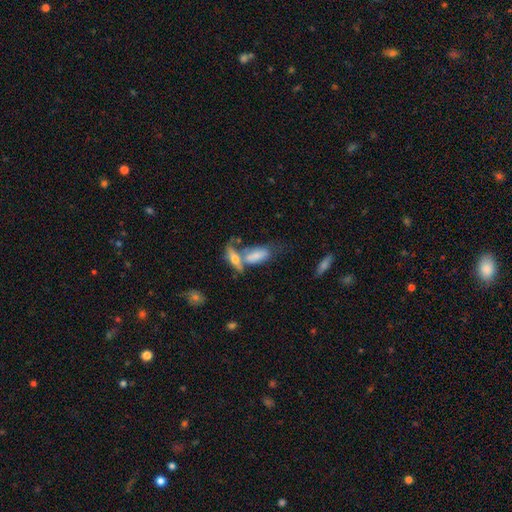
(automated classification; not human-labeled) smooth-or-featured: smooth: 68% | featured or disk: 24% | star or artifact: 8%
  how-rounded: in between: 79% | cigar-shaped: 18% | round: 3%
  merging: merger: 50% | none: 28% | minor disturbance: 13% | major disturbance: 8%